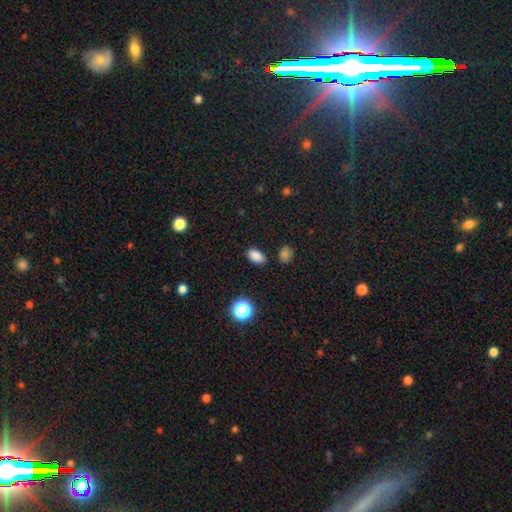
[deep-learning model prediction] Q: Smooth or featured?
A: smooth (84%); runner-up: star or artifact (12%)
Q: How rounded?
A: in between (88%); runner-up: round (9%)
Q: Merging?
A: none (84%); runner-up: minor disturbance (11%)